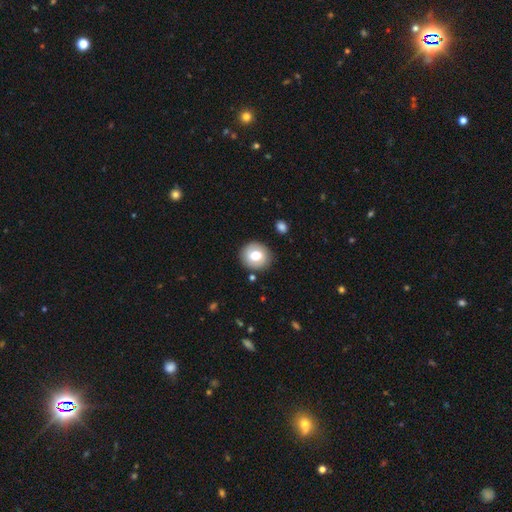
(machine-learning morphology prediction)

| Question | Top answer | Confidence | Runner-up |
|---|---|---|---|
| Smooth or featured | smooth | 72% | featured or disk (20%) |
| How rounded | round | 83% | in between (16%) |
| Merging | none | 87% | minor disturbance (8%) |